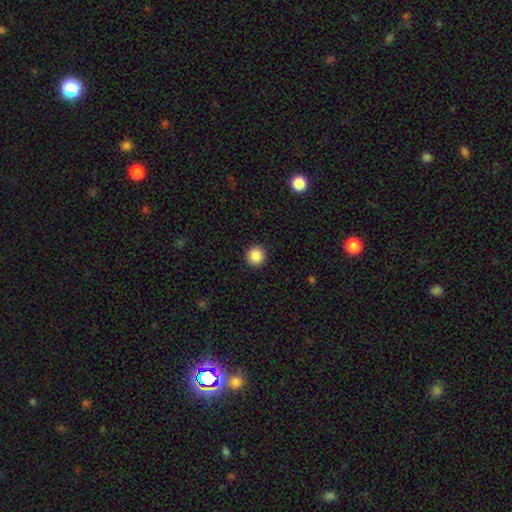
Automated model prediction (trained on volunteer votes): Morphology: type=smooth (88%); roundness=round (94%); merging=none (92%).